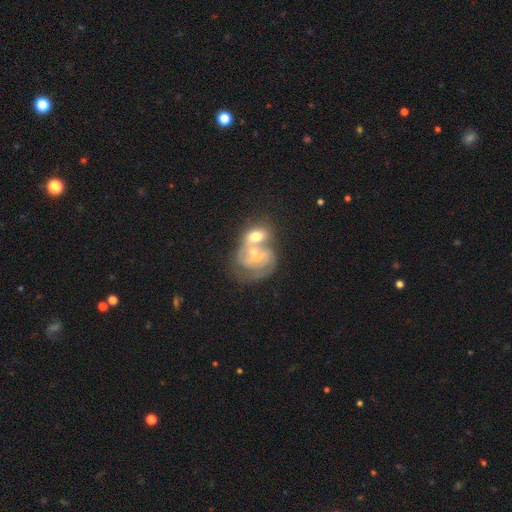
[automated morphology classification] Smooth or featured? Predicted: featured or disk (p=0.67). Edge-on disk? Predicted: no (p=0.97). Bar? Predicted: no (p=0.63). Spiral arms? Predicted: yes (p=0.70). Bulge size? Predicted: small (p=0.49). Merging? Predicted: merger (p=0.69).